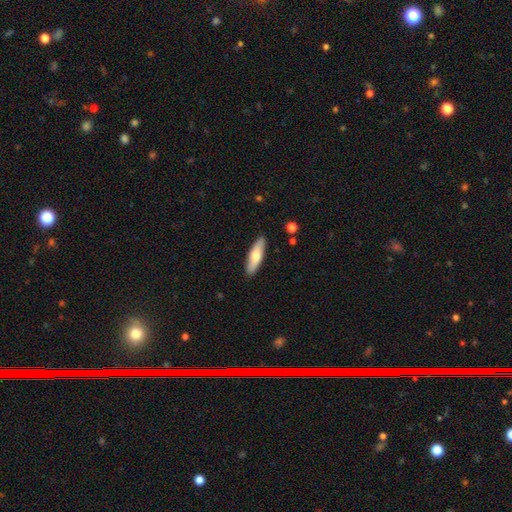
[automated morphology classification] The model was most divided on "how rounded": cigar-shaped: 56%, in between: 42%, round: 2%. More confident: merging — none (89%); smooth or featured — smooth (67%).